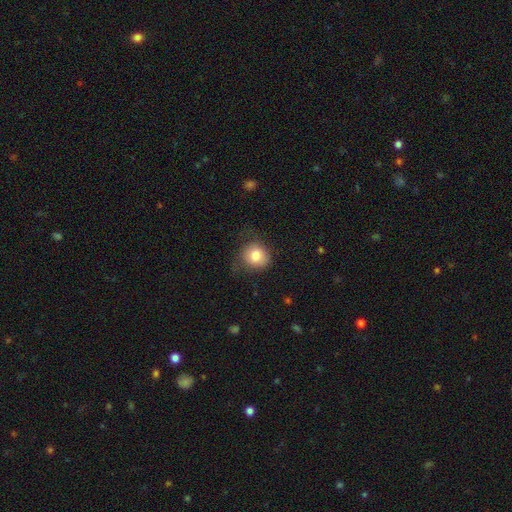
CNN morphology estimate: The model was most divided on "merging": none: 65%, minor disturbance: 24%, major disturbance: 10%, merger: 1%. More confident: how rounded — round (82%); smooth or featured — smooth (80%).